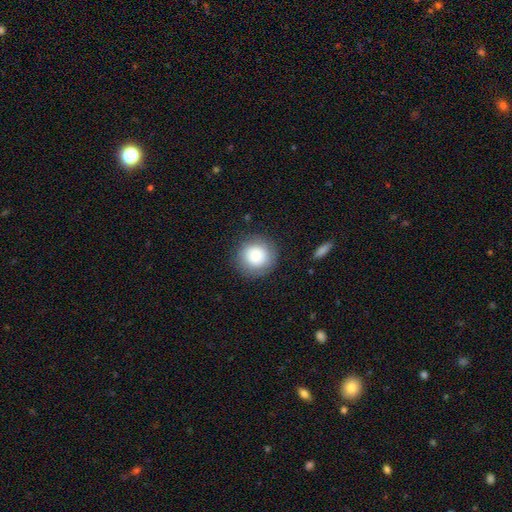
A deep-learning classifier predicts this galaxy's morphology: A smooth galaxy with no disk features (77%) that is round (93%).

Vote fractions:
- Smooth or featured? smooth: 77% / featured or disk: 14% / star or artifact: 9%
- How rounded? round: 93% / in between: 6% / cigar-shaped: 1%
- Merging? none: 85% / minor disturbance: 10% / major disturbance: 4% / merger: 1%